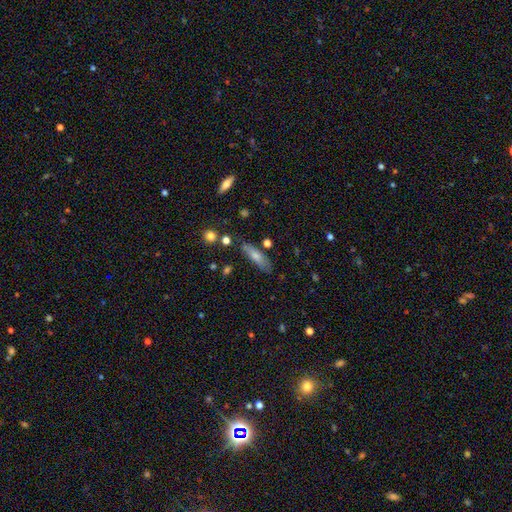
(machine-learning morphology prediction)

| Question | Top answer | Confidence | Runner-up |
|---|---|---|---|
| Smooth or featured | smooth | 72% | featured or disk (20%) |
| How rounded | cigar-shaped | 53% | in between (45%) |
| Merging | none | 74% | minor disturbance (17%) |